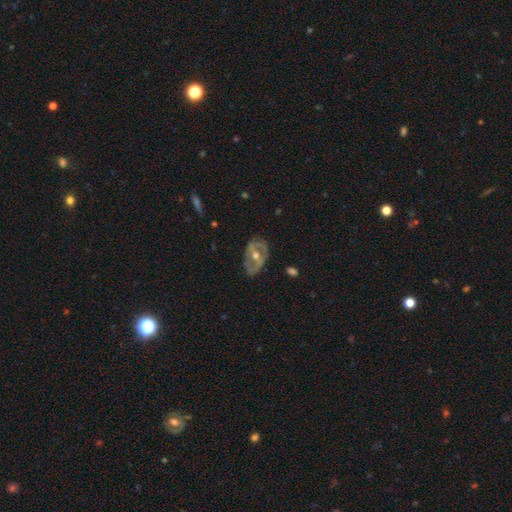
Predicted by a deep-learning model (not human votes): featured or disk 75%, smooth 18%, star or artifact 7%. Down the decision tree: edge-on disk — no (93%); bar — no (56%); spiral arms — yes (55%); bulge size — moderate (71%); merging — none (73%).